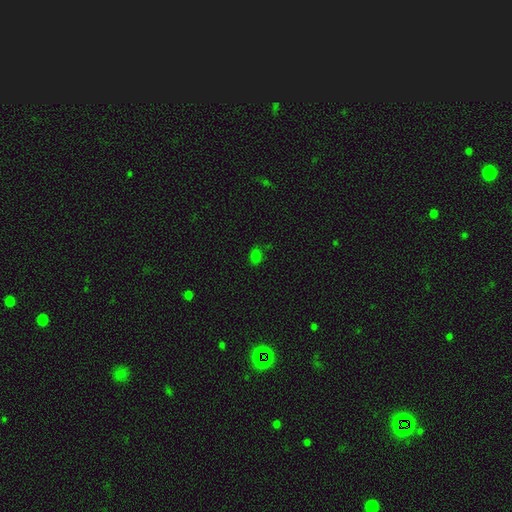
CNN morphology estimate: smooth-or-featured: smooth: 75% | star or artifact: 21% | featured or disk: 4%
  how-rounded: in between: 72% | round: 27% | cigar-shaped: 1%
  merging: none: 78% | minor disturbance: 15% | major disturbance: 4% | merger: 3%